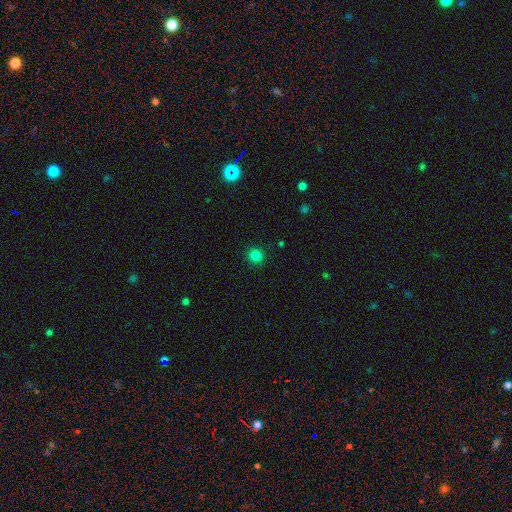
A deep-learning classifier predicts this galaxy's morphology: smooth_or_featured: smooth (p=0.82) [alt: star or artifact p=0.14]
how_rounded: round (p=0.92) [alt: in between p=0.07]
merging: none (p=0.91) [alt: minor disturbance p=0.06]